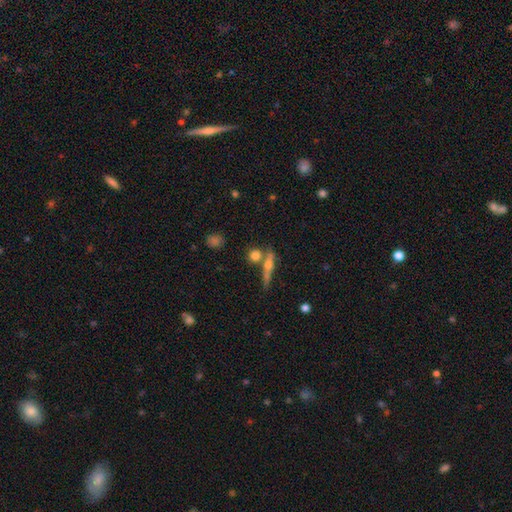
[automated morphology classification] Smooth or featured: smooth — 56% (featured or disk — 33%)
How rounded: round — 53% (cigar-shaped — 27%)
Merging: none — 61% (merger — 25%)